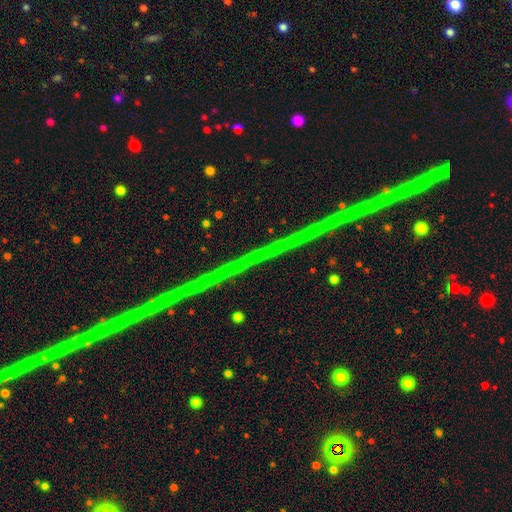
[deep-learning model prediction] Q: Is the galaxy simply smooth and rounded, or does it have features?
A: star or artifact — 77%.